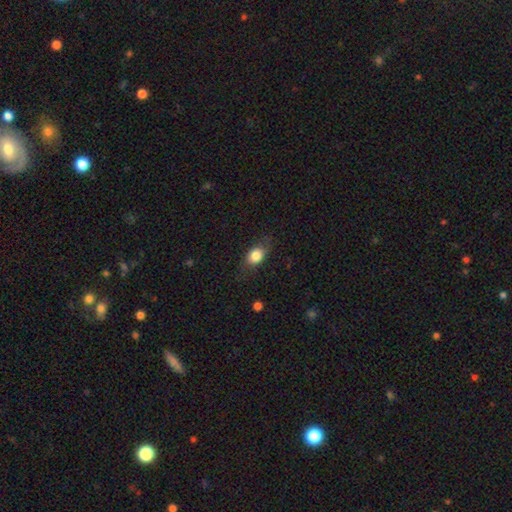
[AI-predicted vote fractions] smooth_or_featured: smooth (p=0.80) [alt: featured or disk p=0.12]
how_rounded: in between (p=0.71) [alt: round p=0.26]
merging: none (p=0.73) [alt: minor disturbance p=0.19]